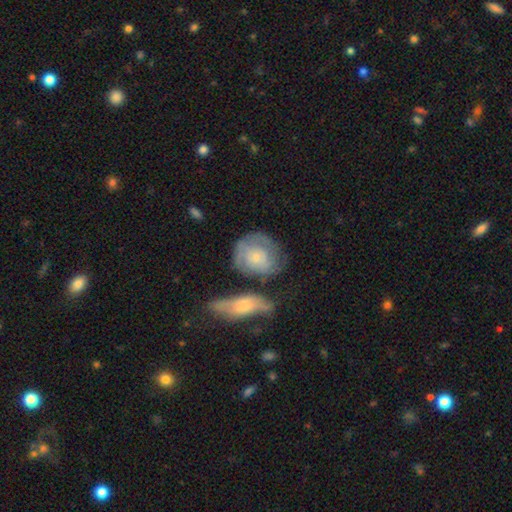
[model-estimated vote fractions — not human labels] Smooth or featured? featured or disk (47%, tied with smooth)
Merging? none (48%)